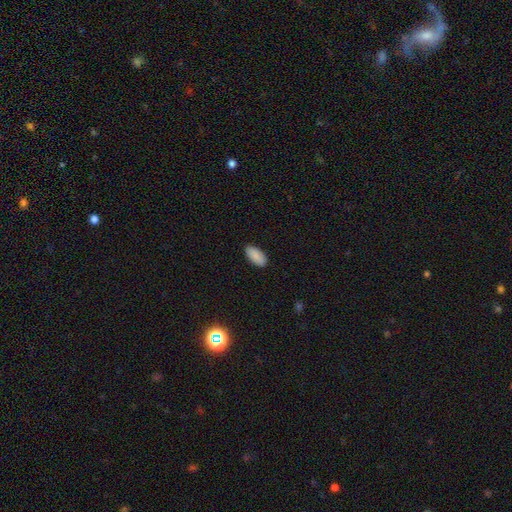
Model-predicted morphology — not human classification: smooth-or-featured: smooth: 90% | star or artifact: 7% | featured or disk: 4%
  how-rounded: in between: 93% | cigar-shaped: 5% | round: 2%
  merging: none: 88% | minor disturbance: 9% | major disturbance: 2% | merger: 1%